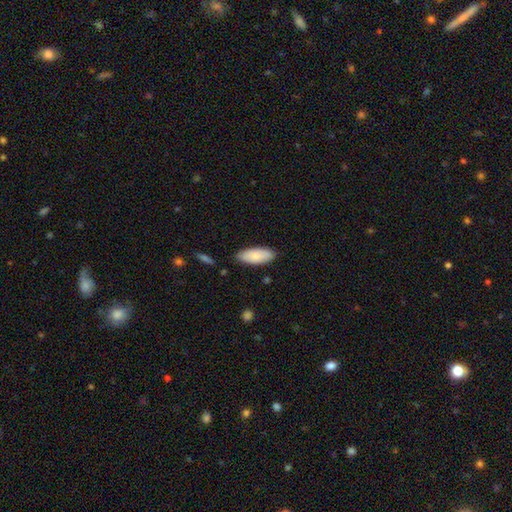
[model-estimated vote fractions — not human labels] smooth-or-featured: smooth: 80% | featured or disk: 14% | star or artifact: 6%
  how-rounded: in between: 82% | cigar-shaped: 16% | round: 2%
  merging: none: 83% | minor disturbance: 13% | major disturbance: 2% | merger: 2%